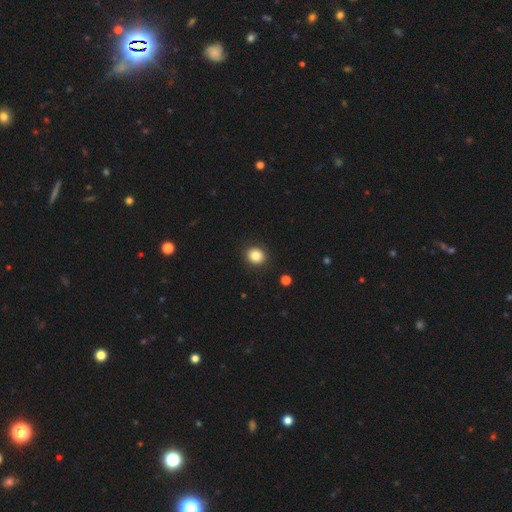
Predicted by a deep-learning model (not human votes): Smooth or featured?
  - smooth: 84% *
  - star or artifact: 10%
  - featured or disk: 6%
How rounded?
  - round: 79% *
  - in between: 21%
  - cigar-shaped: 1%
Merging?
  - none: 91% *
  - minor disturbance: 6%
  - major disturbance: 2%
  - merger: 1%